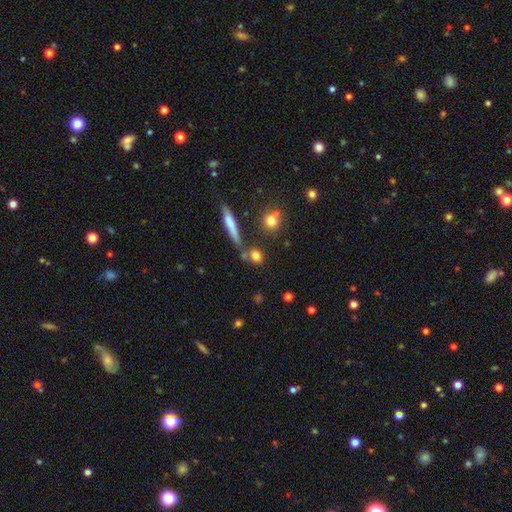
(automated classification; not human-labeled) A smooth galaxy with no disk features (77%) that is in between round and cigar-shaped (42%). Merging: none (65%).